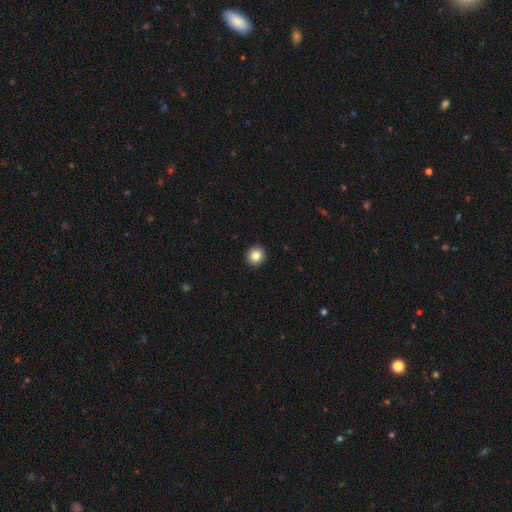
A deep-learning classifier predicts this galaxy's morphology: This appears to be a smooth galaxy with no disk features (84%) that is round (93%). Merging: none (94%).